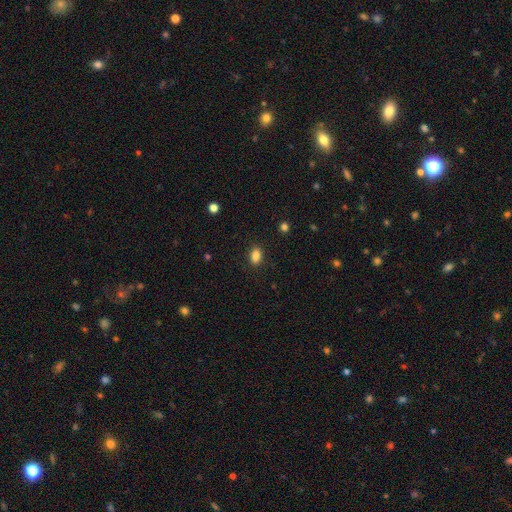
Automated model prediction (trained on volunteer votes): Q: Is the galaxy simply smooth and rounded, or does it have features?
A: smooth — 86%.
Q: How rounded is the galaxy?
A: in between — 85%.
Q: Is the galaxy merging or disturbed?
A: none — 88%.